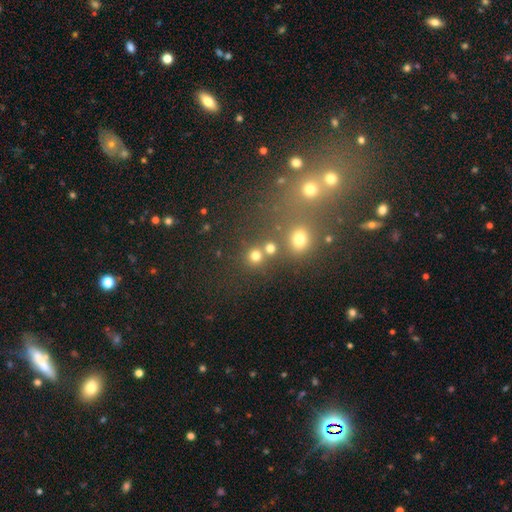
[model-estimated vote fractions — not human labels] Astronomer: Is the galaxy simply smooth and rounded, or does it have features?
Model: smooth — 75%.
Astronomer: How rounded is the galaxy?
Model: round — 91%.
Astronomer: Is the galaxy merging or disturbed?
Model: none — 72%.